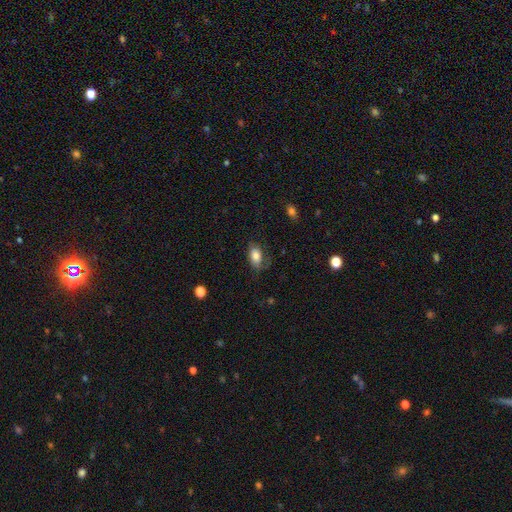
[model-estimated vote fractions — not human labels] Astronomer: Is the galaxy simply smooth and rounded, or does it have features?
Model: smooth — 79%.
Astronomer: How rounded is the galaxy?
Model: in between — 90%.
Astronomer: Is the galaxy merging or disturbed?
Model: none — 60%.